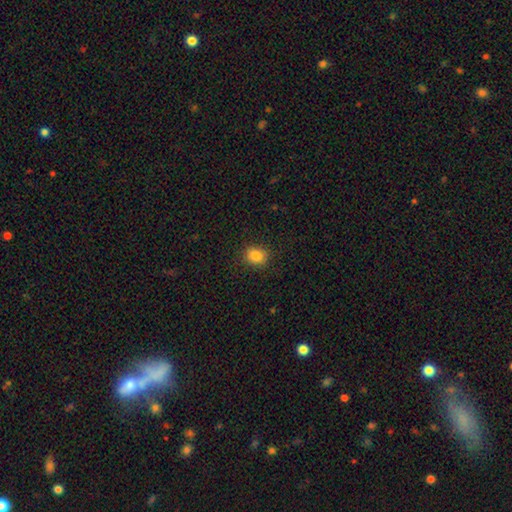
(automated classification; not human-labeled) Overall: smooth (85%). How rounded: round (53%; in between 46%). Merging: none (86%).